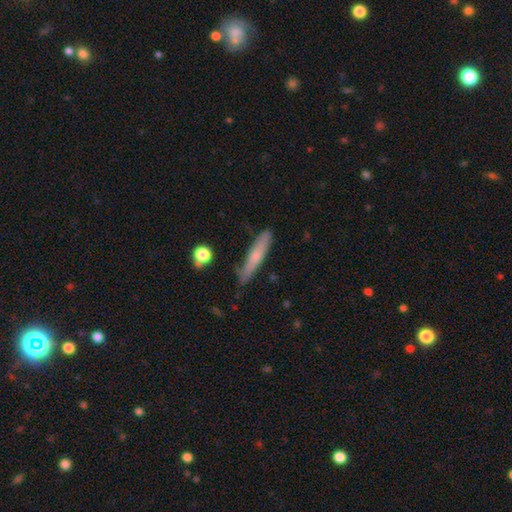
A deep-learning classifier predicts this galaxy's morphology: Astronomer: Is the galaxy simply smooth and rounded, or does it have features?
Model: smooth — 60%.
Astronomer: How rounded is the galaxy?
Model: cigar-shaped — 91%.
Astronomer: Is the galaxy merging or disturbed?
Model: none — 81%.